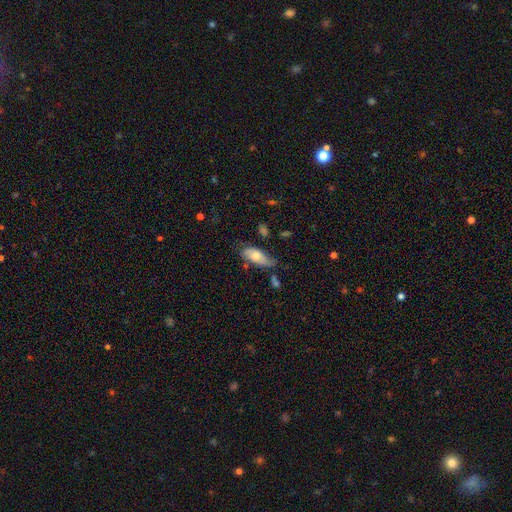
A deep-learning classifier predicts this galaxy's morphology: type=smooth (66%); roundness=in between (79%); merging=none (52%).